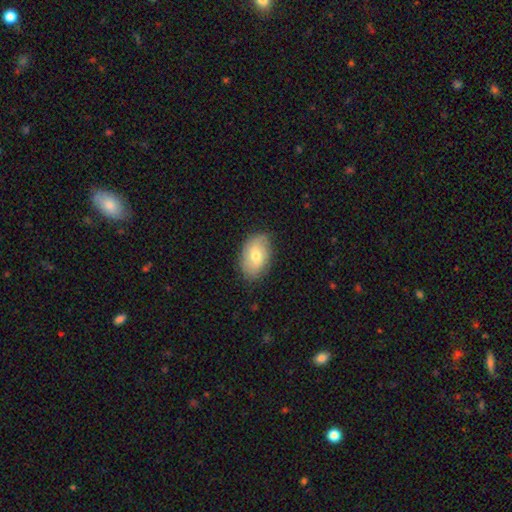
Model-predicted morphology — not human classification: Q: Smooth or featured?
A: smooth (64%); runner-up: featured or disk (29%)
Q: How rounded?
A: in between (89%); runner-up: round (9%)
Q: Merging?
A: none (78%); runner-up: minor disturbance (18%)